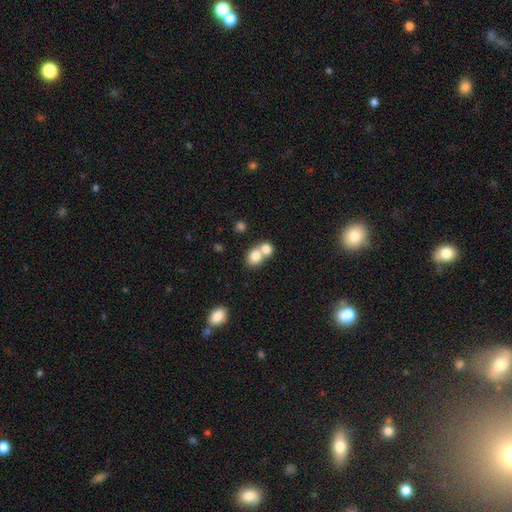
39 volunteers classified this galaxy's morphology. smooth_or_featured: smooth (p=0.87) [alt: star or artifact p=0.10]
how_rounded: round (p=0.65) [alt: in between p=0.35]
merging: merger (p=0.66) [alt: none p=0.20]